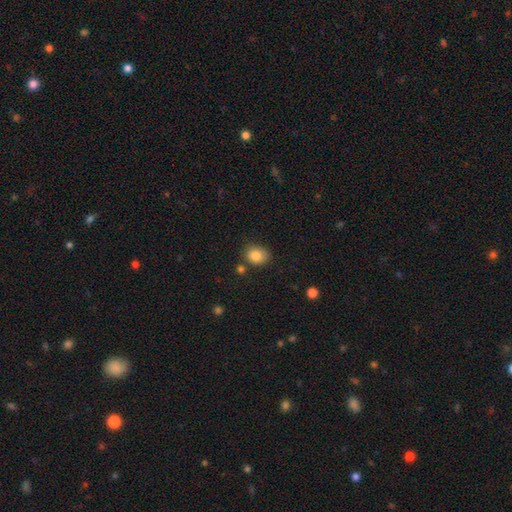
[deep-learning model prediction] A smooth galaxy with no disk features (85%) that is round (51%).

Vote fractions:
- Smooth or featured? smooth: 85% / star or artifact: 9% / featured or disk: 6%
- How rounded? round: 51% / in between: 49% / cigar-shaped: 1%
- Merging? none: 71% / minor disturbance: 18% / merger: 7% / major disturbance: 4%